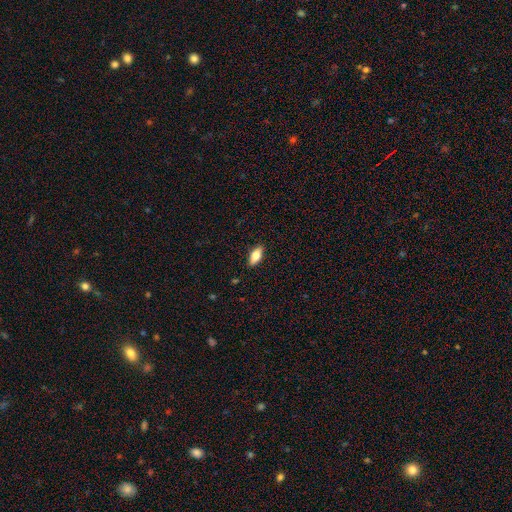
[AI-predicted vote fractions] Q: Smooth or featured?
A: smooth (71%); runner-up: featured or disk (22%)
Q: How rounded?
A: in between (83%); runner-up: cigar-shaped (15%)
Q: Merging?
A: none (89%); runner-up: minor disturbance (9%)